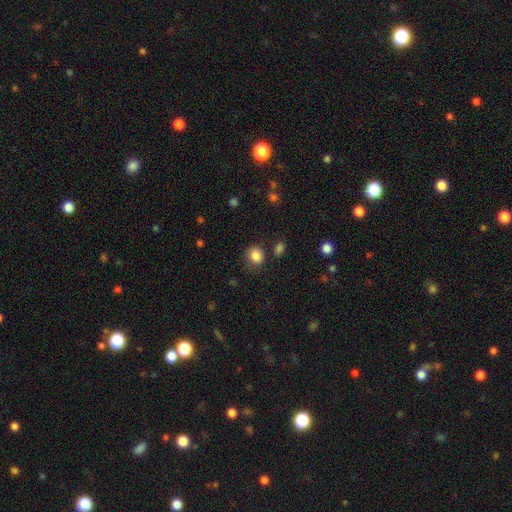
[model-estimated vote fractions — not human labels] Smooth or featured? Predicted: smooth (p=0.85). How rounded? Predicted: round (p=0.72). Merging? Predicted: none (p=0.76).